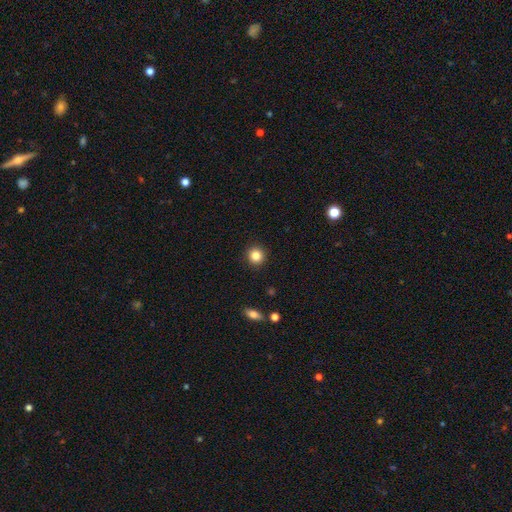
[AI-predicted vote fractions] A smooth galaxy with no disk features (84%) that is round (94%).

Vote fractions:
- Smooth or featured? smooth: 84% / star or artifact: 10% / featured or disk: 5%
- How rounded? round: 94% / in between: 5% / cigar-shaped: 1%
- Merging? none: 93% / minor disturbance: 5% / major disturbance: 2% / merger: 1%